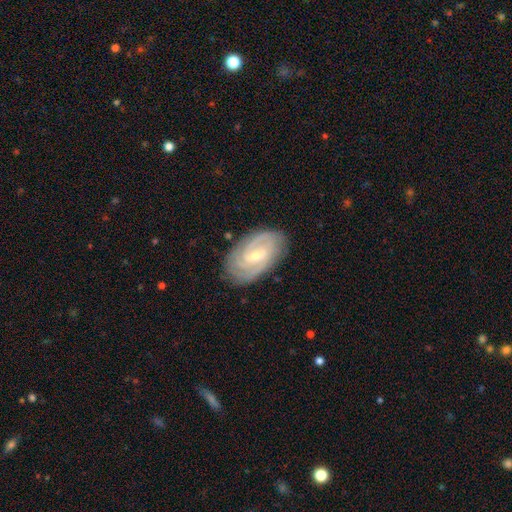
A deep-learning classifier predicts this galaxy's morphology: smooth-or-featured: featured or disk: 85% | smooth: 10% | star or artifact: 5%
  disk-edge-on: no: 96% | yes: 4%
    bar: weak: 52% | no: 29% | strong: 20%
    has-spiral-arms: yes: 96% | no: 4%
      spiral-winding: tight: 63% | medium: 30% | loose: 7%
      spiral-arm-count: 2: 39% | can't tell: 22% | 3: 21% | 4: 9% | 1: 4% | more than 4: 4%
    bulge-size: small: 60% | moderate: 37% | large: 1% | none: 1% | dominant: 1%
  merging: none: 82% | minor disturbance: 14% | major disturbance: 3% | merger: 1%